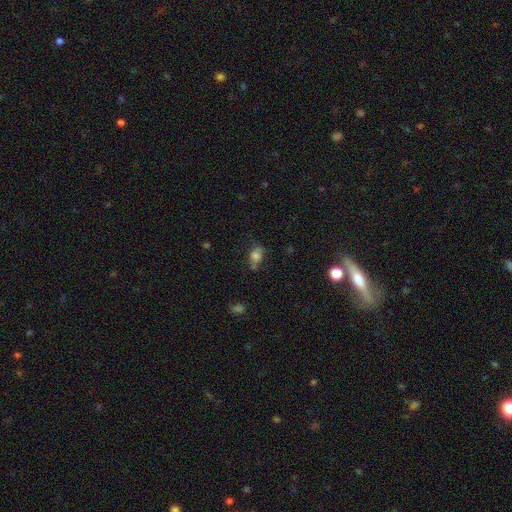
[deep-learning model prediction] Morphology: type=smooth (65%); roundness=in between (72%); merging=none (49%).